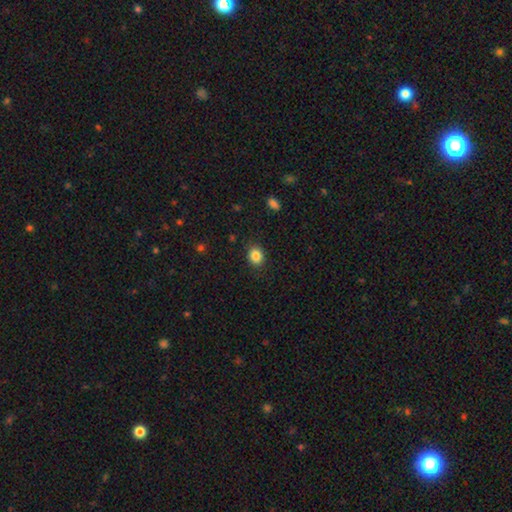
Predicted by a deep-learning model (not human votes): The model was most divided on "how rounded": round: 59%, in between: 40%, cigar-shaped: 1%. More confident: merging — none (87%); smooth or featured — smooth (85%).